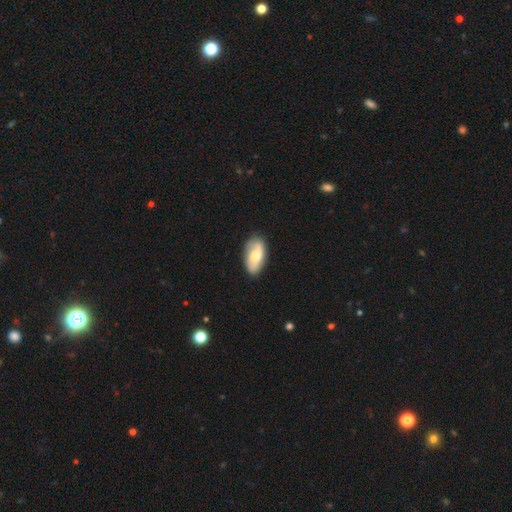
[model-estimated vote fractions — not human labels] The model was most divided on "smooth or featured": smooth: 60%, featured or disk: 34%, star or artifact: 6%. More confident: how rounded — in between (92%); merging — none (78%).